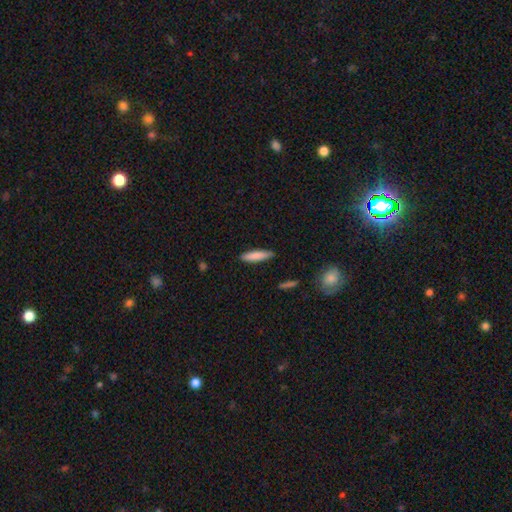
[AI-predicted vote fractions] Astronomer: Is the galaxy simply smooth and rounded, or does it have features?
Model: smooth — 84%.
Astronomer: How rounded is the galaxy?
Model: cigar-shaped — 79%.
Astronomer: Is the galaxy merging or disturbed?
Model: none — 86%.